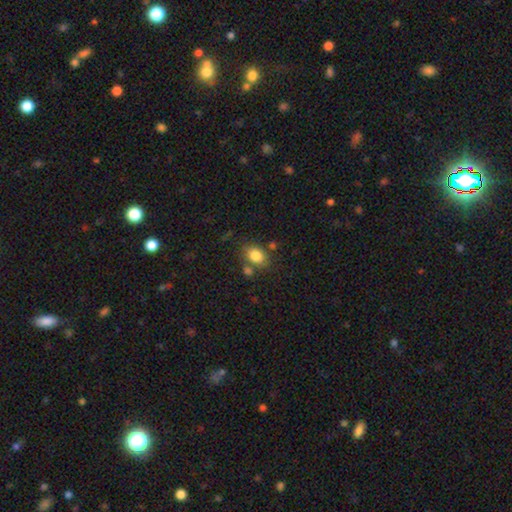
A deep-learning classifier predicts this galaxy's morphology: smooth-or-featured: smooth: 83% | star or artifact: 9% | featured or disk: 8%
  how-rounded: in between: 71% | round: 28% | cigar-shaped: 1%
  merging: none: 67% | minor disturbance: 15% | merger: 13% | major disturbance: 5%